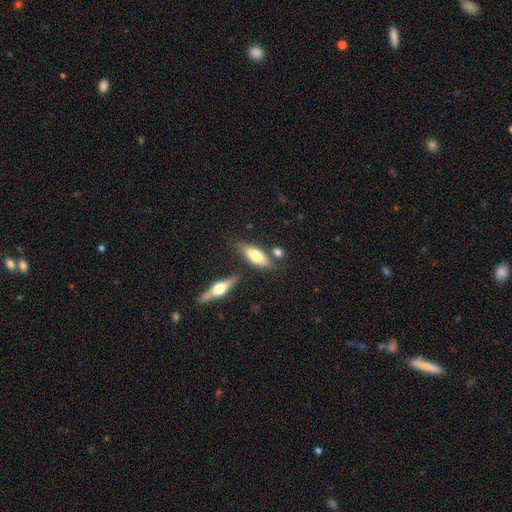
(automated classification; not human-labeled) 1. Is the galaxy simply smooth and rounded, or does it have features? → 70% smooth, 23% featured or disk, 7% star or artifact.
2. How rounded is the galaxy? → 73% in between, 24% cigar-shaped, 3% round.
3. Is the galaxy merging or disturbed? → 68% none, 14% minor disturbance, 14% merger, 4% major disturbance.